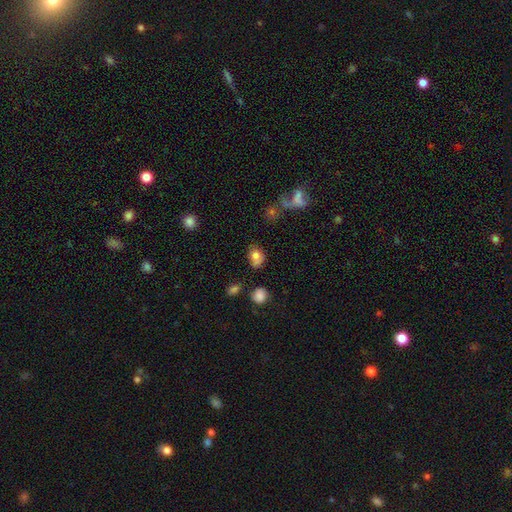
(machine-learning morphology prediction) This appears to be a smooth galaxy with no disk features (75%) that is in between round and cigar-shaped (55%). Merging: none (53%).